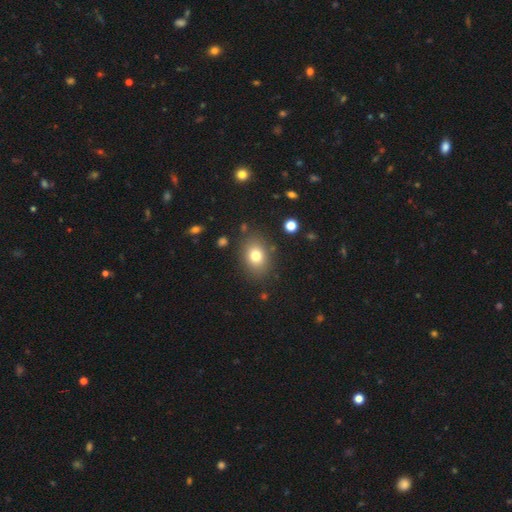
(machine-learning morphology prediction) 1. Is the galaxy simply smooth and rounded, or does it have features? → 77% smooth, 12% star or artifact, 11% featured or disk.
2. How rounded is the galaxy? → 64% in between, 35% round, 1% cigar-shaped.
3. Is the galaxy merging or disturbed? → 84% none, 10% minor disturbance, 3% major disturbance, 2% merger.